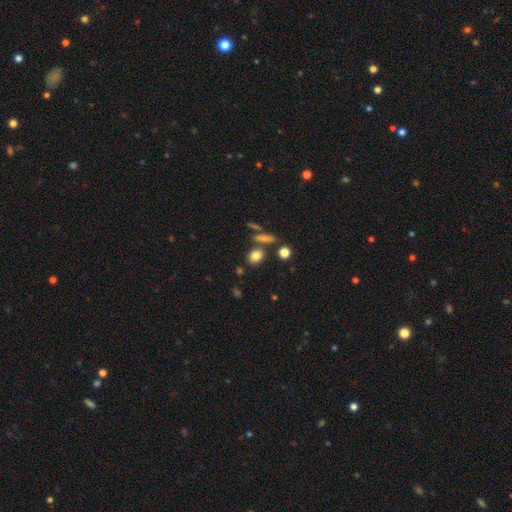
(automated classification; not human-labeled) Smooth or featured? smooth (79%)
How rounded? round (54%)
Merging? none (73%)